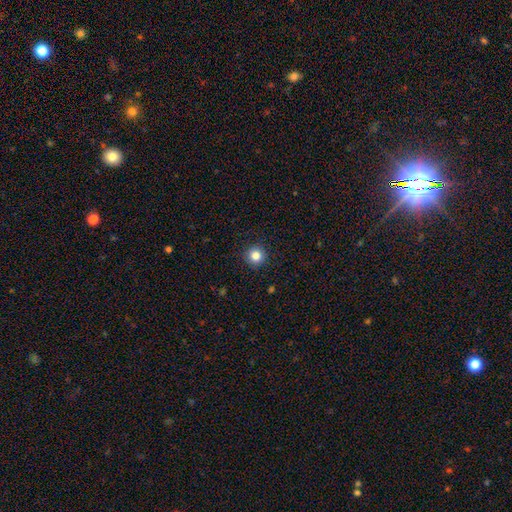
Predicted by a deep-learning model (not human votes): Smooth or featured: smooth — 84% (star or artifact — 11%)
How rounded: round — 95% (in between — 4%)
Merging: none — 92% (minor disturbance — 5%)